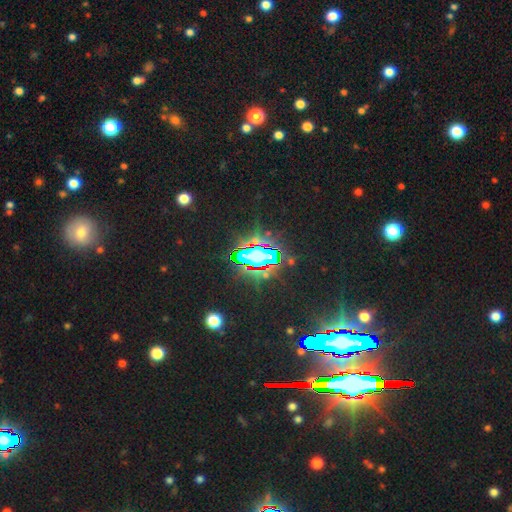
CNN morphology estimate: A star or artifact, not a galaxy (71%).

Vote fractions:
- Smooth or featured? star or artifact: 71% / smooth: 17% / featured or disk: 12%